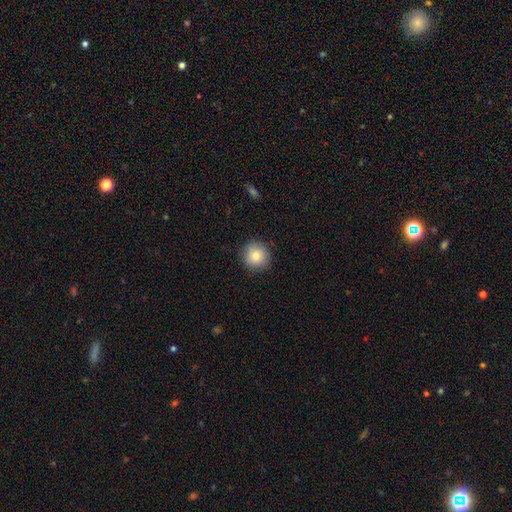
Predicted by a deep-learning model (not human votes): Smooth or featured: smooth — 82% (featured or disk — 9%)
How rounded: round — 93% (in between — 6%)
Merging: none — 87% (minor disturbance — 10%)